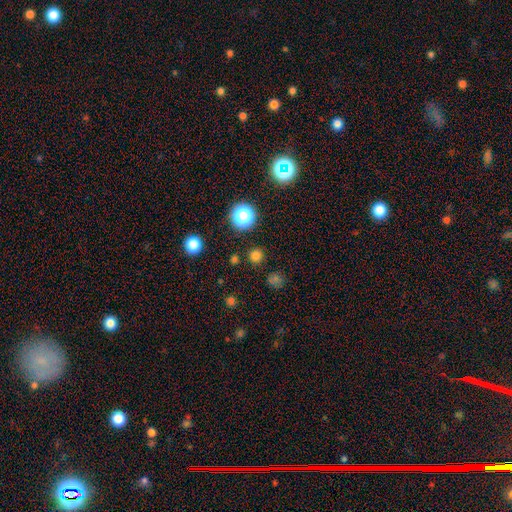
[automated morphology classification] The model was most divided on "smooth or featured": smooth: 71%, star or artifact: 25%, featured or disk: 4%. More confident: how rounded — round (93%); merging — none (88%).